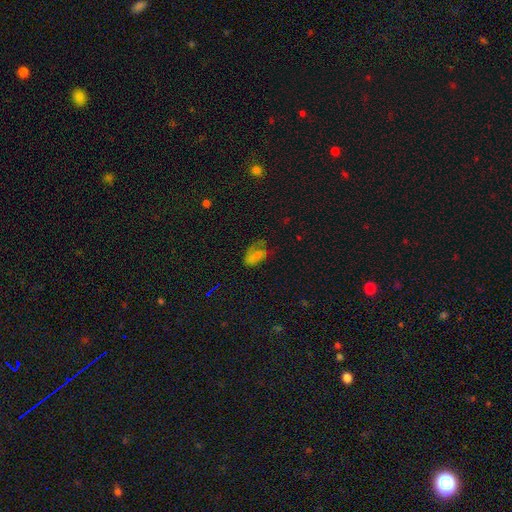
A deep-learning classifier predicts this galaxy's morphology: smooth-or-featured: smooth: 54% | featured or disk: 29% | star or artifact: 17%
  how-rounded: in between: 88% | round: 9% | cigar-shaped: 3%
  merging: none: 38% | major disturbance: 31% | minor disturbance: 28% | merger: 3%